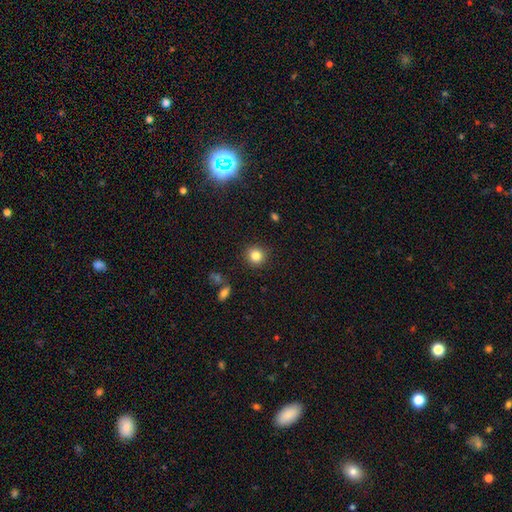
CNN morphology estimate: The model was most divided on "smooth or featured": smooth: 83%, star or artifact: 11%, featured or disk: 6%. More confident: how rounded — round (91%); merging — none (90%).